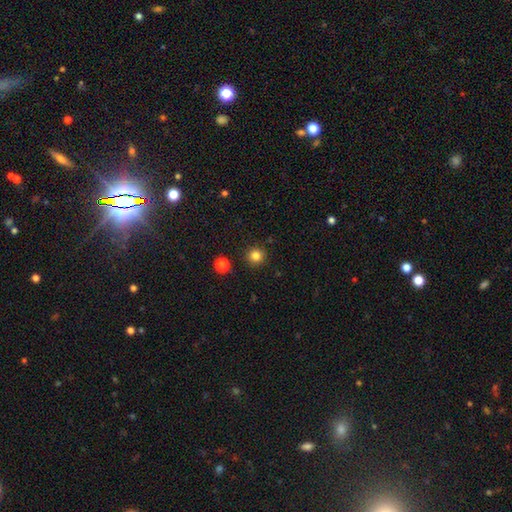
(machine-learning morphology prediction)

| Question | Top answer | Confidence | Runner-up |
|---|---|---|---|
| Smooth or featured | smooth | 83% | star or artifact (13%) |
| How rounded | round | 95% | in between (4%) |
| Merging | none | 91% | minor disturbance (5%) |